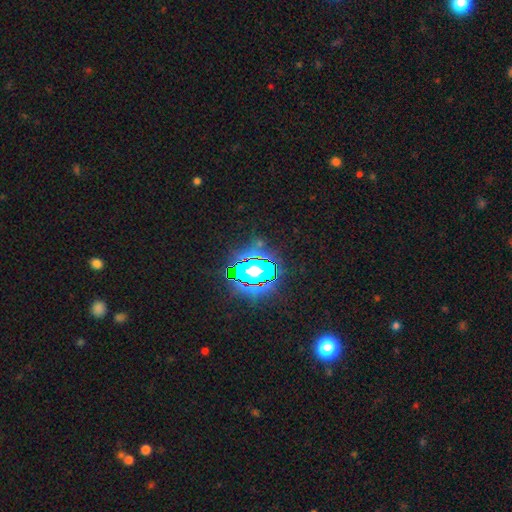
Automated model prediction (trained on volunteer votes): This appears to be a star or artifact, not a galaxy (81%).